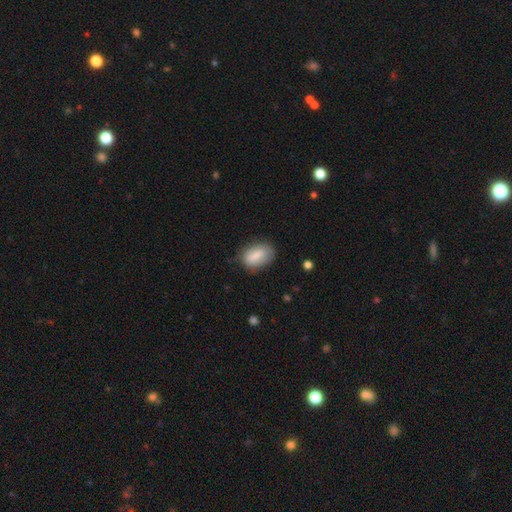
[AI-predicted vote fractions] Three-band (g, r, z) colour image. It shows a smooth galaxy with no disk features (80%) that is in between round and cigar-shaped (89%). Merging: none (74%).